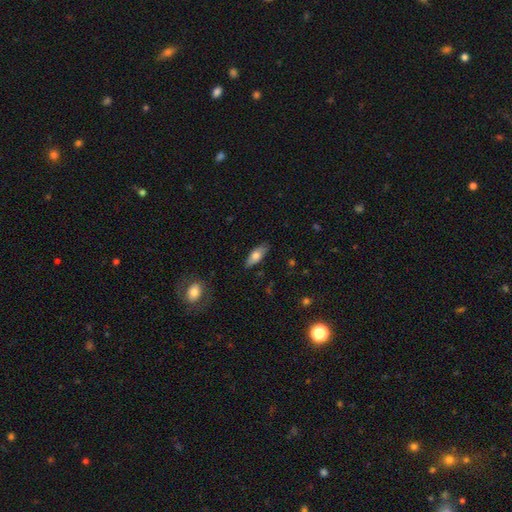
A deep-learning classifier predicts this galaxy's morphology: This appears to be a smooth galaxy with no disk features (71%) that is in between round and cigar-shaped (74%). Merging: none (83%).